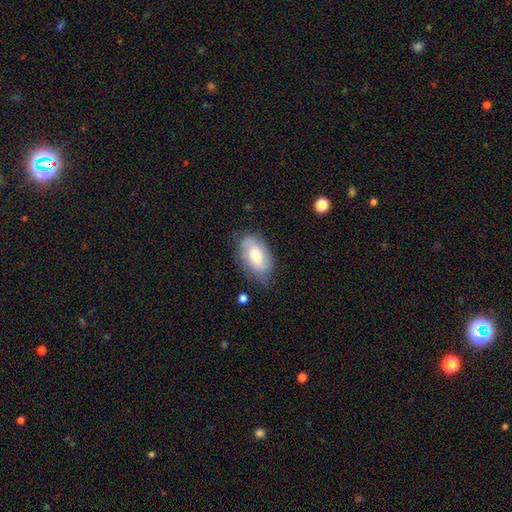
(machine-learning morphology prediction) Smooth or featured?
  - smooth: 58% *
  - featured or disk: 34%
  - star or artifact: 7%
How rounded?
  - in between: 93% *
  - round: 5%
  - cigar-shaped: 2%
Merging?
  - none: 66% *
  - minor disturbance: 25%
  - major disturbance: 6%
  - merger: 2%